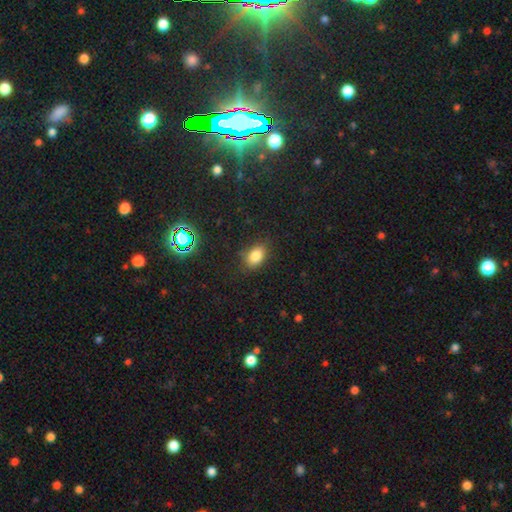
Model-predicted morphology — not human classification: Smooth or featured?
  - smooth: 81% *
  - star or artifact: 13%
  - featured or disk: 6%
How rounded?
  - in between: 80% *
  - round: 18%
  - cigar-shaped: 2%
Merging?
  - none: 81% *
  - minor disturbance: 14%
  - major disturbance: 4%
  - merger: 1%